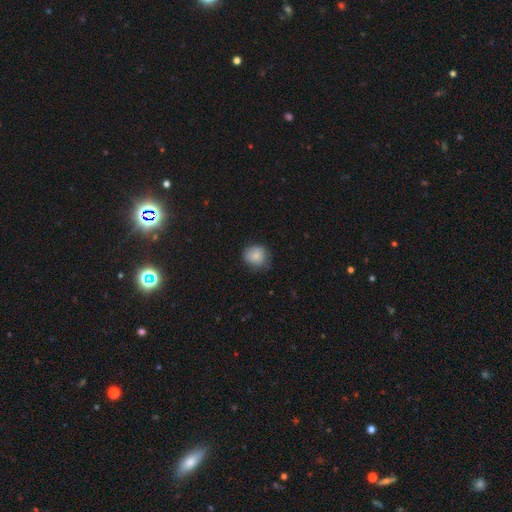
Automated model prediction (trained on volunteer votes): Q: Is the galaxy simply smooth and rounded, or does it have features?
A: smooth — 82%.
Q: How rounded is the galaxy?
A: round — 82%.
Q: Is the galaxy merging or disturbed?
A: none — 71%.